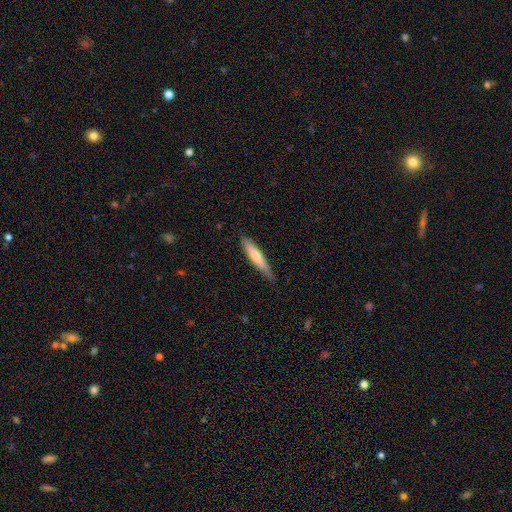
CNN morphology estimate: Smooth or featured?
  - smooth: 58% *
  - featured or disk: 36%
  - star or artifact: 6%
How rounded?
  - cigar-shaped: 89% *
  - in between: 10%
  - round: 1%
Merging?
  - none: 80% *
  - minor disturbance: 16%
  - major disturbance: 2%
  - merger: 1%